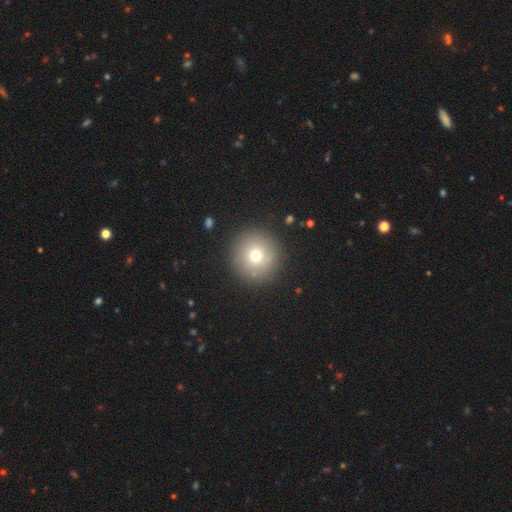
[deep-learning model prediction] Overall: smooth (73%). How rounded: round (96%). Merging: none (90%).